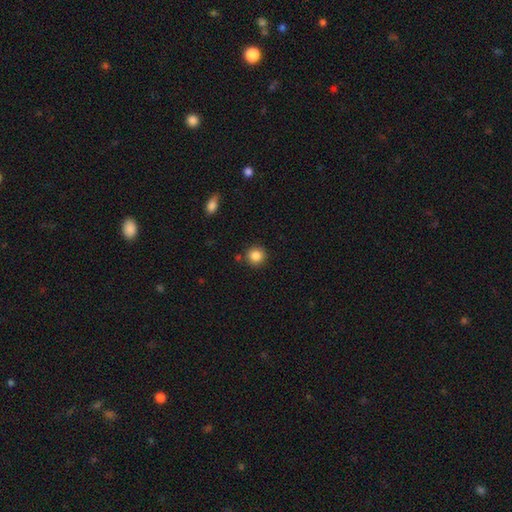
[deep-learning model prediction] A smooth galaxy with no disk features (85%) that is round (93%). Merging: none (87%).